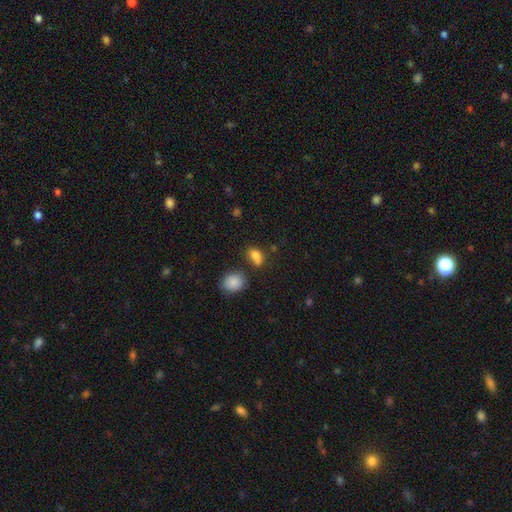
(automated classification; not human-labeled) Smooth or featured?
  - smooth: 81% *
  - star or artifact: 12%
  - featured or disk: 7%
How rounded?
  - in between: 66% *
  - round: 31%
  - cigar-shaped: 2%
Merging?
  - none: 52% *
  - merger: 25%
  - minor disturbance: 16%
  - major disturbance: 6%